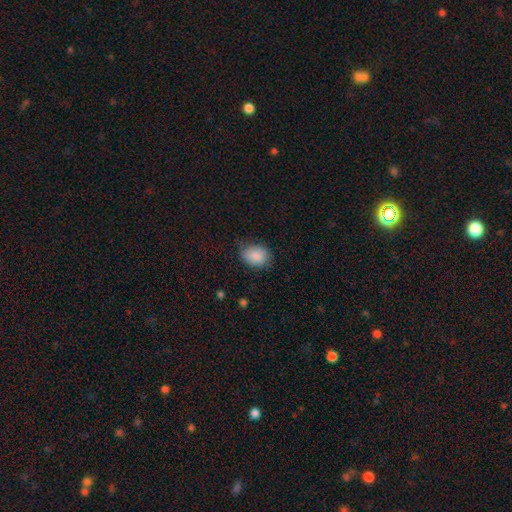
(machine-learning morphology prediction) The model was most divided on "how rounded": in between: 64%, round: 35%, cigar-shaped: 1%. More confident: smooth or featured — smooth (88%); merging — none (71%).